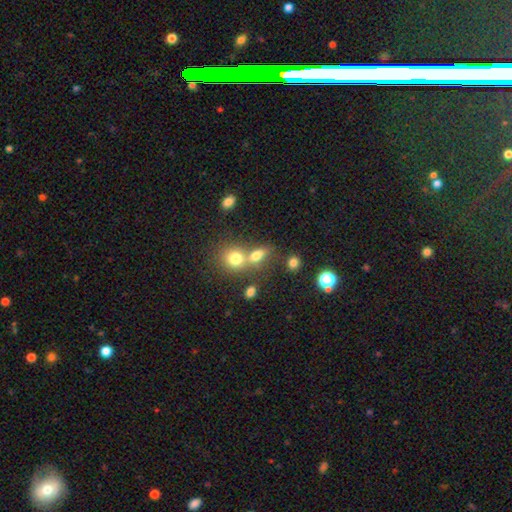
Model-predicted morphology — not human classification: A smooth galaxy with no disk features (69%) that is in between round and cigar-shaped (51%). Merging: merger (45%).